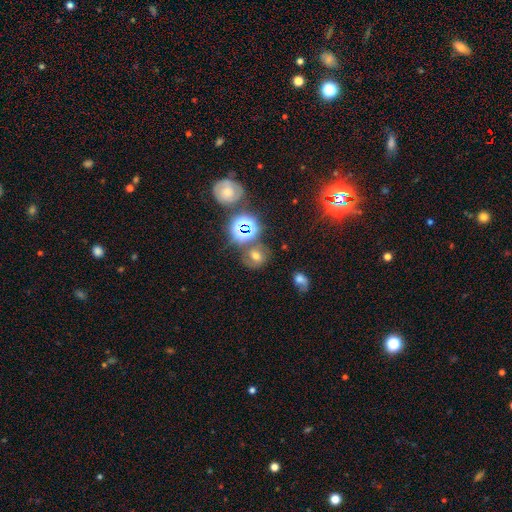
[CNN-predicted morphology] Smooth or featured: smooth — 45% (star or artifact — 31%)
Merging: none — 66% (minor disturbance — 16%)